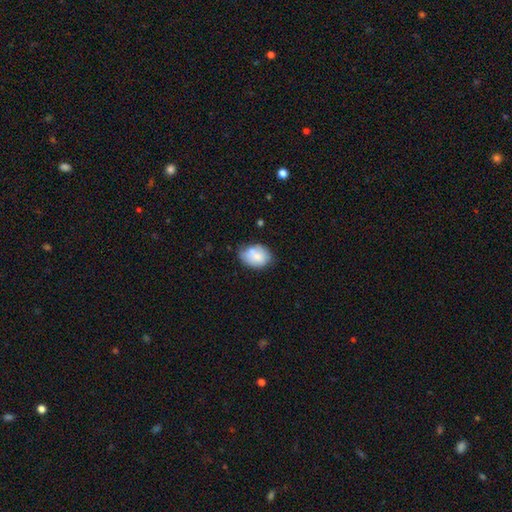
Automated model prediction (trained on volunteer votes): Q: Smooth or featured?
A: smooth (74%); runner-up: featured or disk (19%)
Q: How rounded?
A: in between (74%); runner-up: round (25%)
Q: Merging?
A: none (53%); runner-up: minor disturbance (25%)